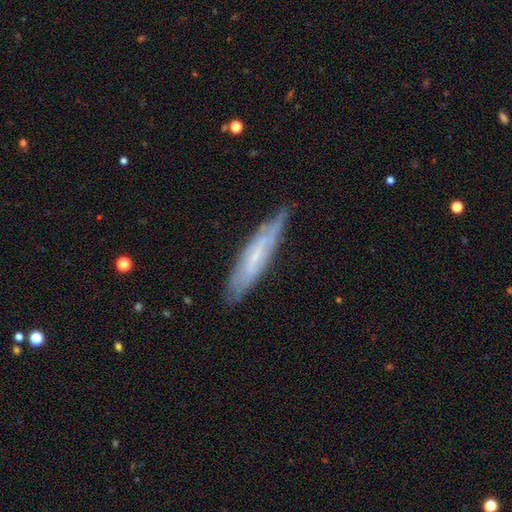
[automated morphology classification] A featured or disk galaxy (60%) viewed edge-on (57%).

Vote fractions:
- Smooth or featured? featured or disk: 60% / smooth: 33% / star or artifact: 7%
- Edge-on disk? yes: 57% / no: 43%
- Merging? none: 75% / minor disturbance: 20% / major disturbance: 4% / merger: 2%